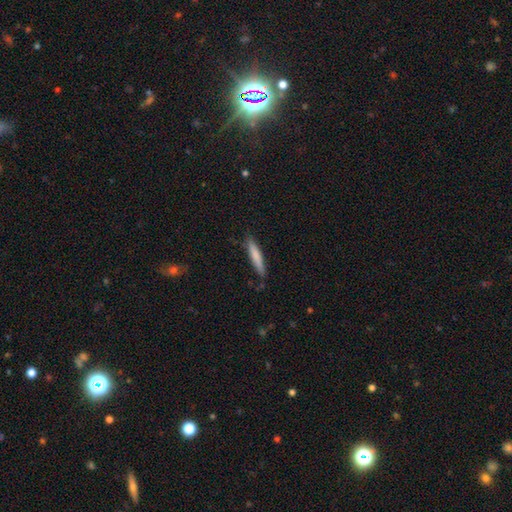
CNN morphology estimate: This is likely a smooth galaxy (77%). How rounded: clearly cigar-shaped (91%). Merging: clearly none (83%).